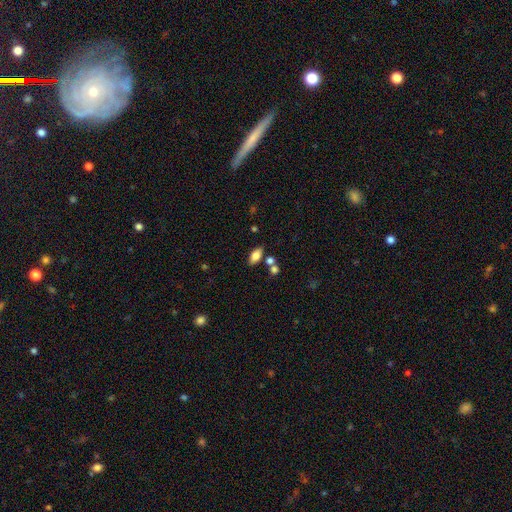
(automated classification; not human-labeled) Smooth or featured? Predicted: smooth (p=0.76). How rounded? Predicted: in between (p=0.88). Merging? Predicted: none (p=0.75).